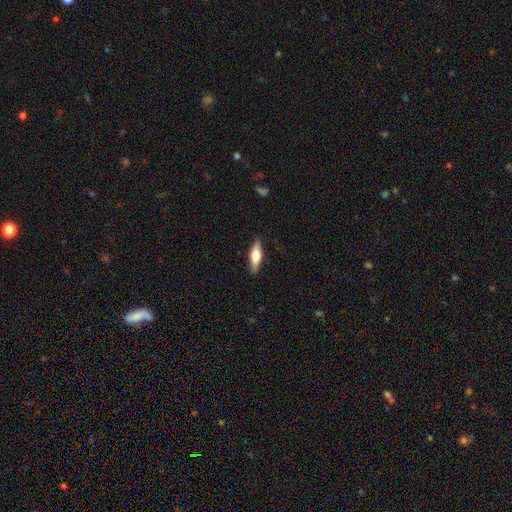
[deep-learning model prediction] Overall: smooth (48%; featured or disk 46%). Merging: none (88%).